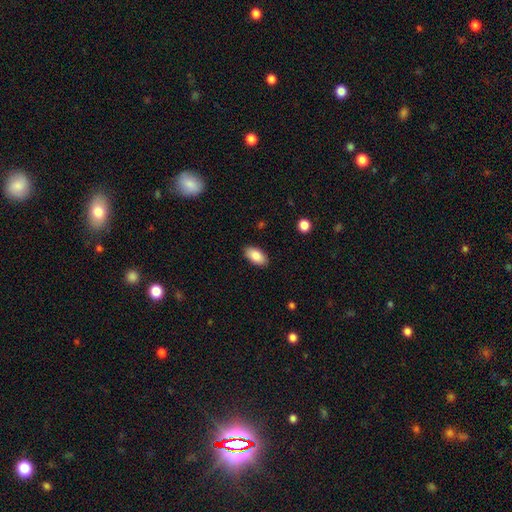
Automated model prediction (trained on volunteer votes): Q: Smooth or featured?
A: smooth (86%); runner-up: featured or disk (7%)
Q: How rounded?
A: in between (94%); runner-up: round (3%)
Q: Merging?
A: none (88%); runner-up: minor disturbance (9%)